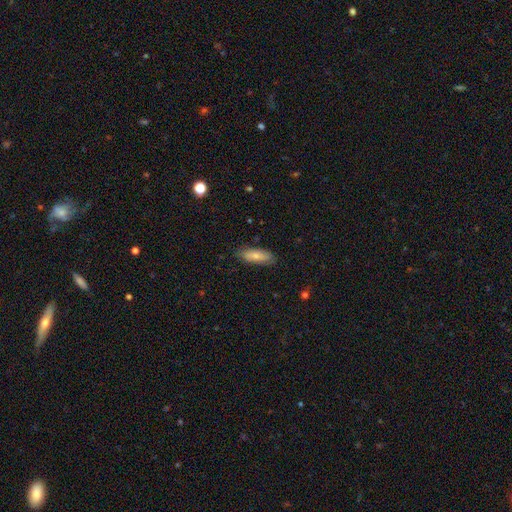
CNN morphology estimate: This appears to be a smooth galaxy with no disk features (71%) that is in between round and cigar-shaped (61%). Merging: none (83%).